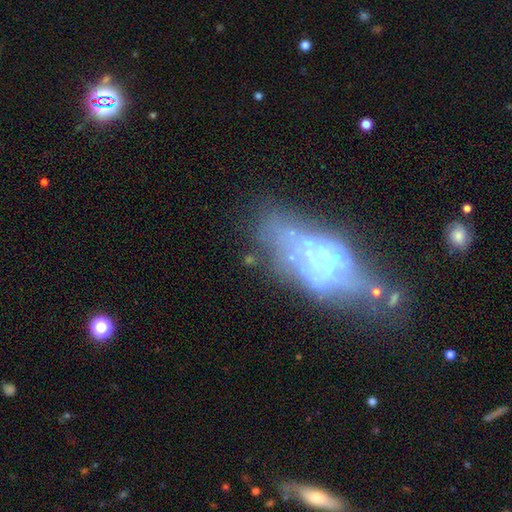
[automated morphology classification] Q: Smooth or featured?
A: featured or disk (62%); runner-up: star or artifact (20%)
Q: Edge-on disk?
A: no (82%); runner-up: yes (18%)
Q: Bar?
A: no (84%); runner-up: weak (9%)
Q: Spiral arms?
A: no (88%); runner-up: yes (12%)
Q: Bulge size?
A: none (62%); runner-up: small (16%)
Q: Merging?
A: none (41%); runner-up: major disturbance (27%)